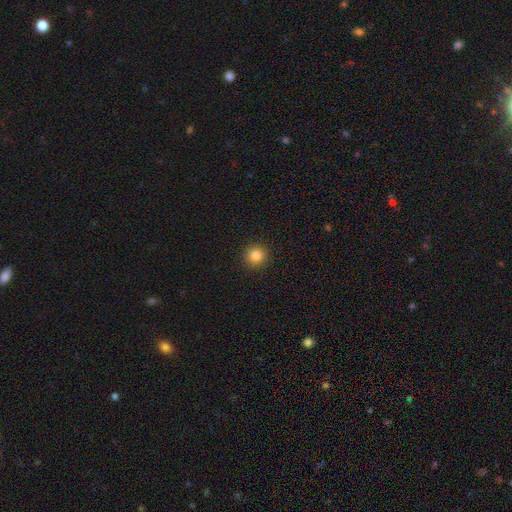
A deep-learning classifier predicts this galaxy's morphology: type=smooth (85%); roundness=round (94%); merging=none (92%).